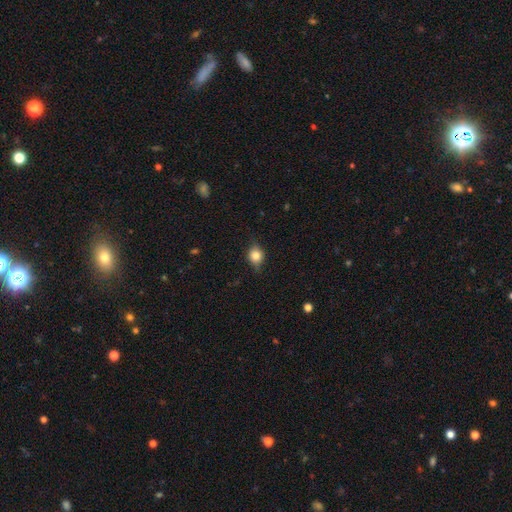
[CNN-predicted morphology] Smooth or featured? smooth (72%)
How rounded? round (60%)
Merging? none (75%)